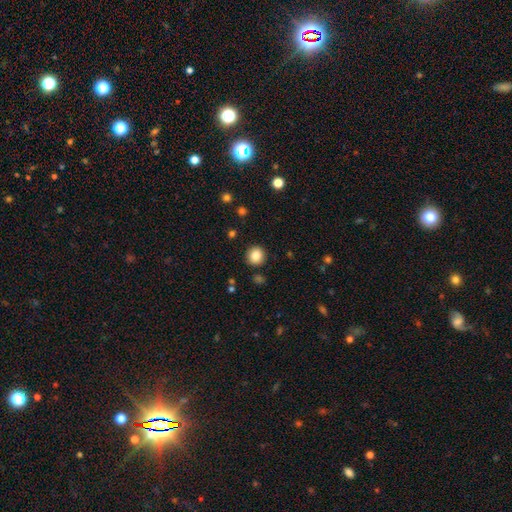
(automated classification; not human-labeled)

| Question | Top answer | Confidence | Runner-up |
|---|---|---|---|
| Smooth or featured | smooth | 86% | star or artifact (10%) |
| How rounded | round | 90% | in between (9%) |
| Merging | none | 89% | minor disturbance (7%) |